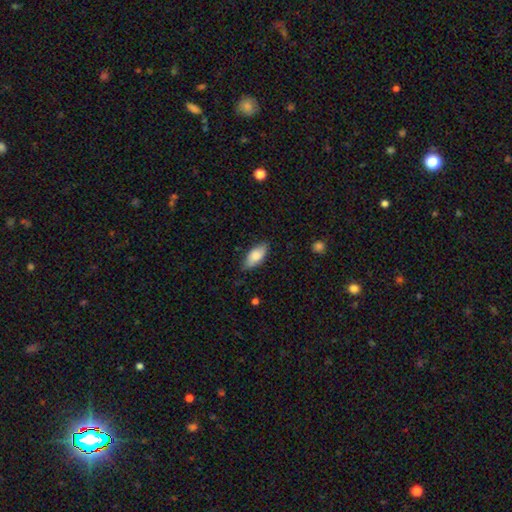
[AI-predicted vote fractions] Smooth or featured? Predicted: smooth (p=0.82). How rounded? Predicted: in between (p=0.87). Merging? Predicted: none (p=0.79).